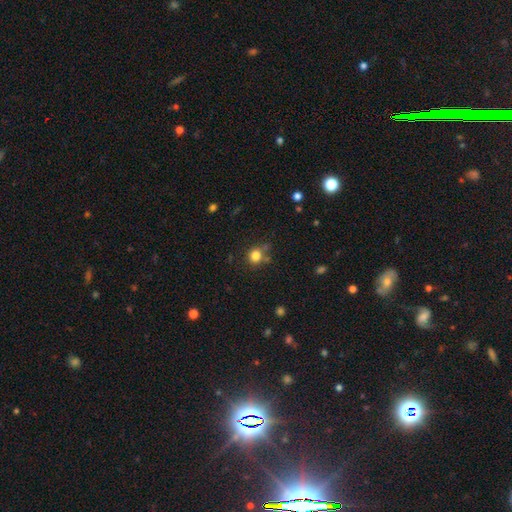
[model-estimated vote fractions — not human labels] smooth-or-featured: smooth: 81% | star or artifact: 13% | featured or disk: 6%
  how-rounded: round: 86% | in between: 13% | cigar-shaped: 1%
  merging: none: 69% | minor disturbance: 15% | merger: 11% | major disturbance: 5%